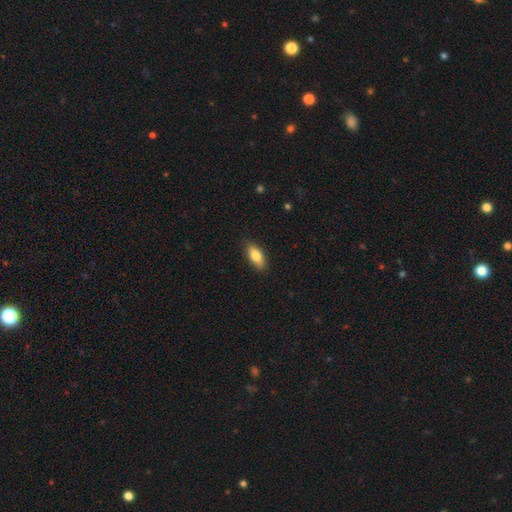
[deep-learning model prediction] Morphology: type=smooth (82%); roundness=in between (82%); merging=none (88%).